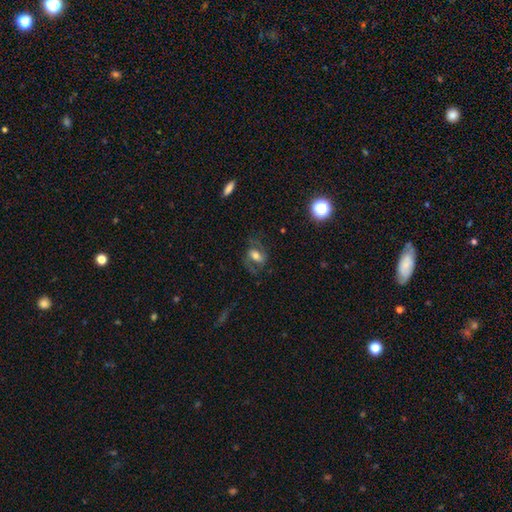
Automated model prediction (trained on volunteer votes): Smooth or featured?
  - featured or disk: 58% *
  - smooth: 32%
  - star or artifact: 10%
Edge-on disk?
  - no: 94% *
  - yes: 6%
Bar?
  - weak: 39% *
  - no: 34%
  - strong: 28%
Spiral arms?
  - yes: 84% *
  - no: 16%
Bulge size?
  - moderate: 56% *
  - large: 25%
  - small: 14%
  - dominant: 3%
  - none: 3%
Merging?
  - none: 67% *
  - minor disturbance: 17%
  - major disturbance: 15%
  - merger: 2%